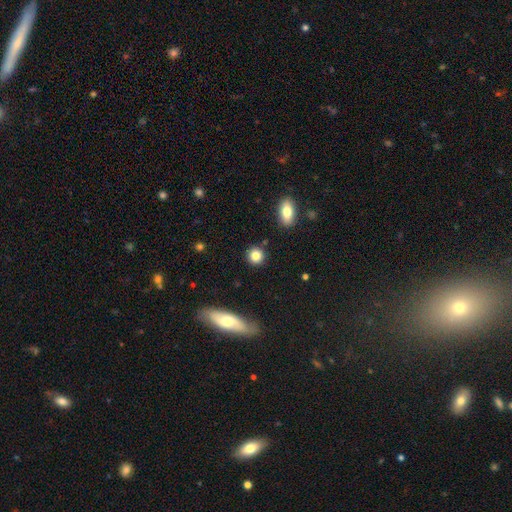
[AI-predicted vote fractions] Morphology: type=smooth (85%); roundness=round (90%); merging=none (88%).